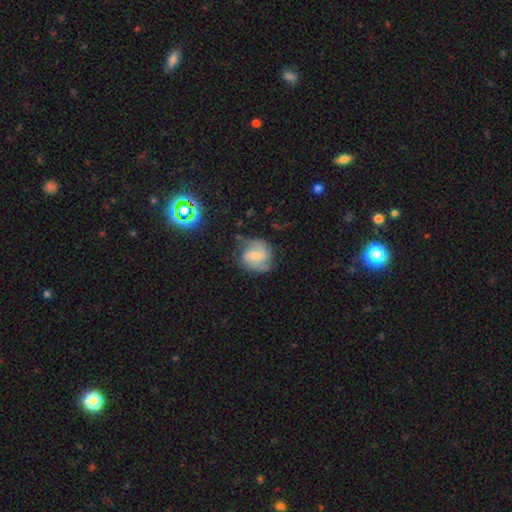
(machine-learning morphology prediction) A featured or disk galaxy (75%) with a weak bar (52%), 2 (82%) medium (50%) spiral arms (95%) and a small central bulge (56%).

Vote fractions:
- Smooth or featured? featured or disk: 75% / smooth: 18% / star or artifact: 7%
- Edge-on disk? no: 98% / yes: 2%
- Bar? weak: 52% / no: 33% / strong: 15%
- Spiral arms? yes: 95% / no: 5%
- Spiral winding? medium: 50% / tight: 30% / loose: 20%
- Spiral arm count? 2: 82% / can't tell: 8% / 3: 4% / 1: 3% / 4: 1% / more than 4: 1%
- Bulge size? small: 56% / moderate: 31% / none: 10% / large: 3% / dominant: 1%
- Merging? none: 73% / minor disturbance: 18% / major disturbance: 7% / merger: 2%